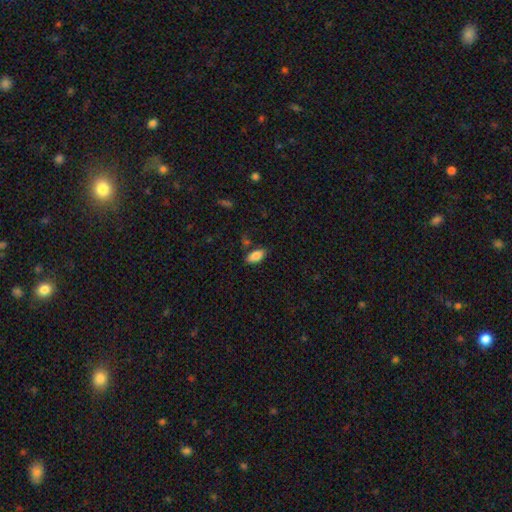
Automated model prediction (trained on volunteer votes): smooth-or-featured: smooth: 86% | star or artifact: 7% | featured or disk: 7%
  how-rounded: in between: 89% | cigar-shaped: 8% | round: 2%
  merging: none: 78% | minor disturbance: 14% | merger: 5% | major disturbance: 3%